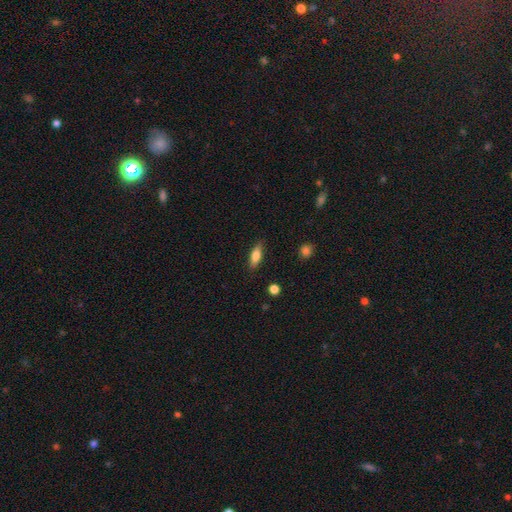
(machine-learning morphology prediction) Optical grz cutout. It shows a smooth galaxy with no disk features (77%) that is in between round and cigar-shaped (58%). Merging: none (85%).